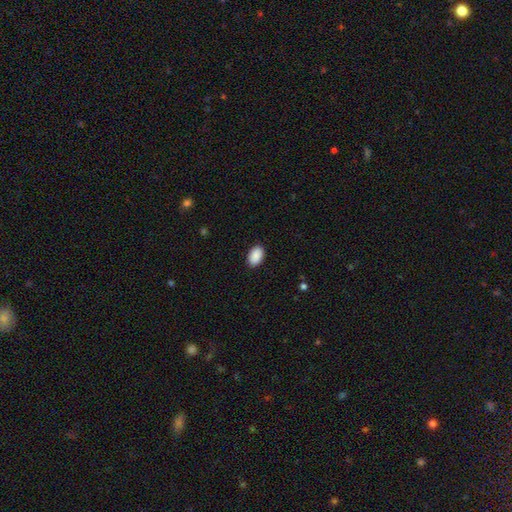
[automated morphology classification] Overall: smooth (91%). How rounded: in between (92%). Merging: none (89%).